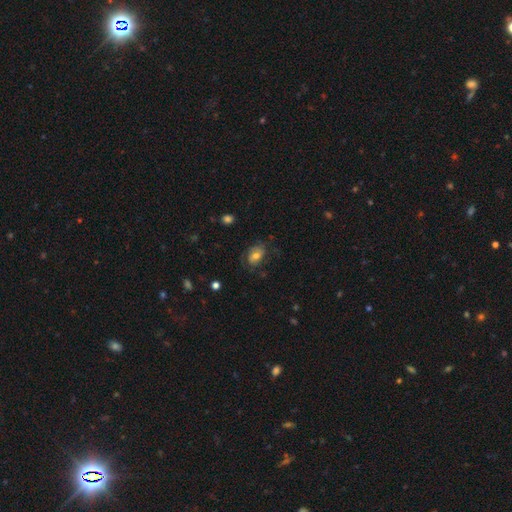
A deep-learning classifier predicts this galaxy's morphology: Q: Smooth or featured?
A: smooth (47%); runner-up: featured or disk (42%)
Q: Merging?
A: none (62%); runner-up: minor disturbance (23%)